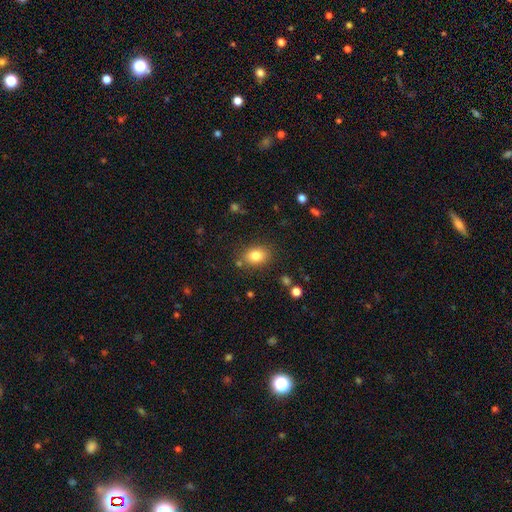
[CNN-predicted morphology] smooth-or-featured: smooth: 82% | star or artifact: 10% | featured or disk: 8%
  how-rounded: in between: 65% | round: 34% | cigar-shaped: 1%
  merging: none: 82% | minor disturbance: 11% | merger: 4% | major disturbance: 3%